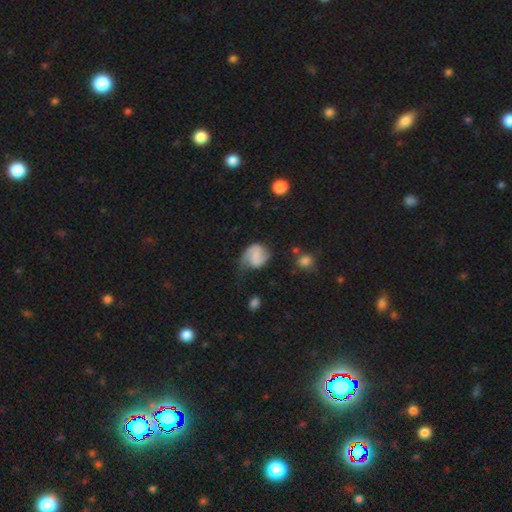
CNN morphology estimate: This is possibly a featured or disk galaxy (49%). Merging: marginally none (39%).